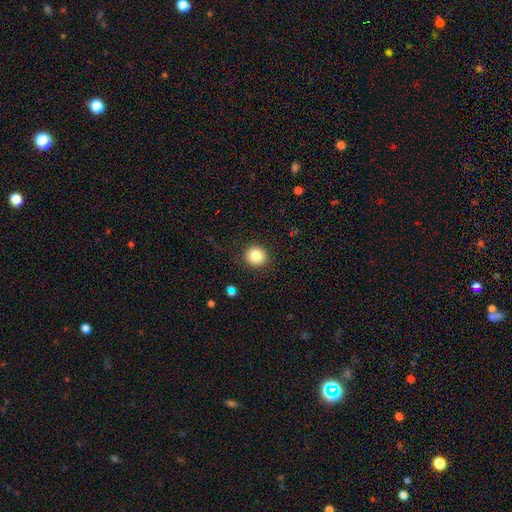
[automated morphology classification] smooth 85%, star or artifact 10%, featured or disk 5%. Down the decision tree: how rounded — round (87%); merging — none (89%).